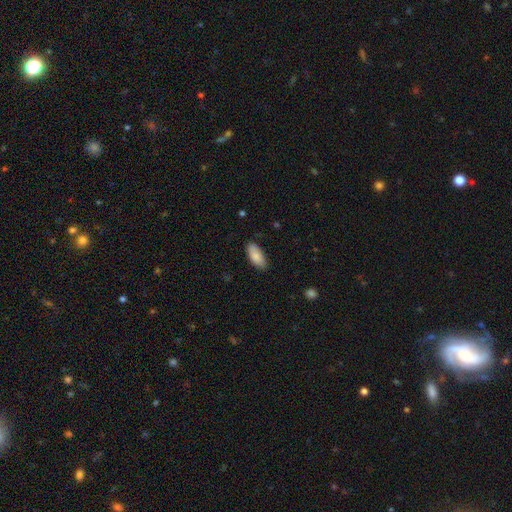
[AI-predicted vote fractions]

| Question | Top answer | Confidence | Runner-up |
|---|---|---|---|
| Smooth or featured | smooth | 87% | featured or disk (7%) |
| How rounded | in between | 88% | cigar-shaped (10%) |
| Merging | none | 83% | minor disturbance (13%) |